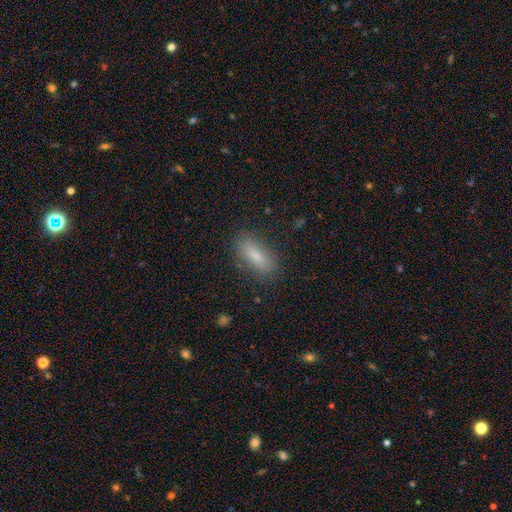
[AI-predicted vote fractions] Smooth or featured? Predicted: smooth (p=0.80). How rounded? Predicted: in between (p=0.72). Merging? Predicted: none (p=0.85).